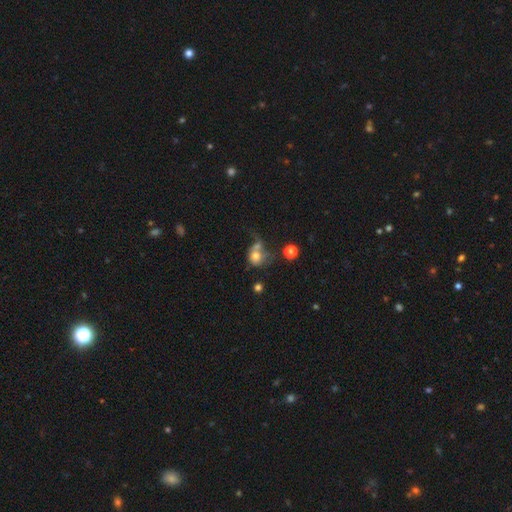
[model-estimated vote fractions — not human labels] Smooth or featured?
  - smooth: 67% *
  - featured or disk: 21%
  - star or artifact: 11%
How rounded?
  - round: 70% *
  - in between: 29%
  - cigar-shaped: 1%
Merging?
  - merger: 39% *
  - none: 24%
  - major disturbance: 23%
  - minor disturbance: 14%